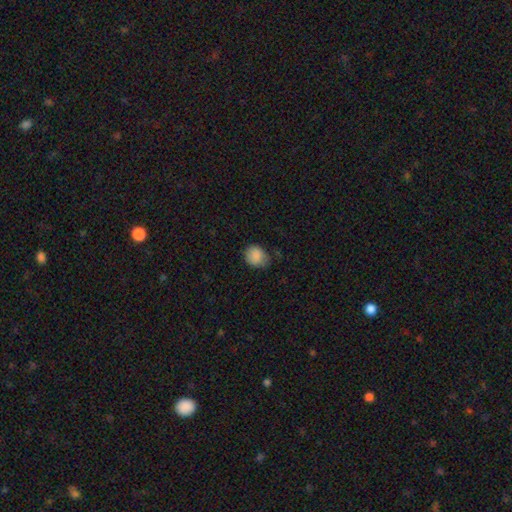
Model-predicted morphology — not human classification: This appears to be a smooth galaxy with no disk features (86%) that is round (60%). Merging: none (66%).